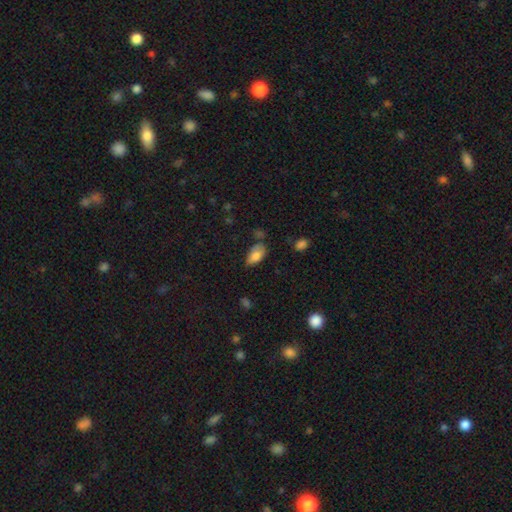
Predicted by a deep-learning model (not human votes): Smooth or featured? Predicted: smooth (p=0.78). How rounded? Predicted: in between (p=0.93). Merging? Predicted: none (p=0.49).